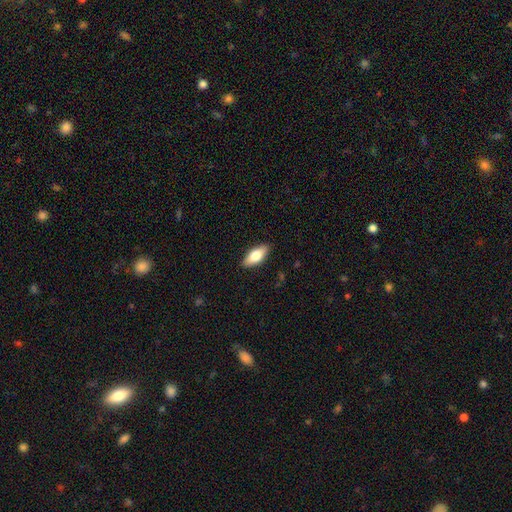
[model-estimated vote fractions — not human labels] Smooth or featured? smooth (71%)
How rounded? in between (79%)
Merging? none (88%)